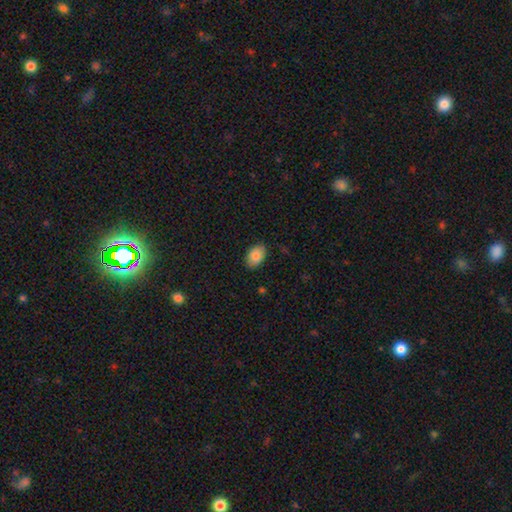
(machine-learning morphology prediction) smooth-or-featured: smooth: 84% | featured or disk: 8% | star or artifact: 7%
  how-rounded: in between: 87% | round: 11% | cigar-shaped: 1%
  merging: none: 86% | minor disturbance: 11% | major disturbance: 2% | merger: 1%